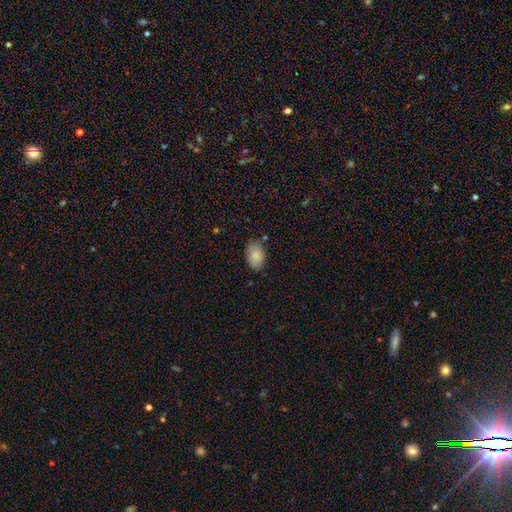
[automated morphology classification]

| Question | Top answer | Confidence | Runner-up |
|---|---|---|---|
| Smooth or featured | smooth | 86% | star or artifact (7%) |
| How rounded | in between | 89% | round (10%) |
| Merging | none | 82% | minor disturbance (14%) |